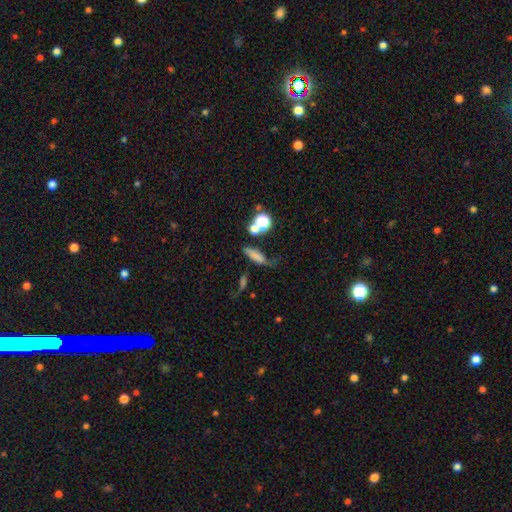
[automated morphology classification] type=smooth (68%); roundness=in between (49%); merging=none (43%).